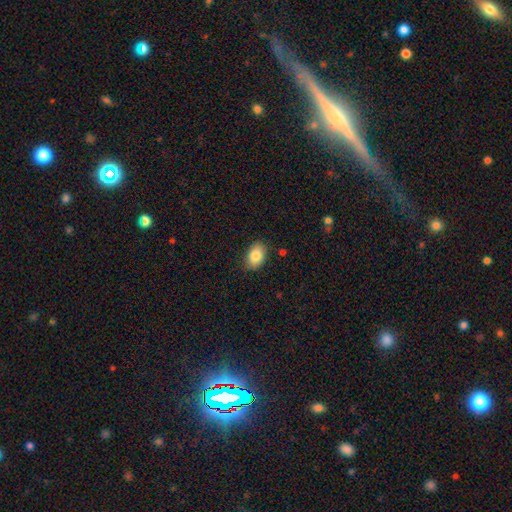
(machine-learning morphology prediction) Overall: smooth (85%). How rounded: in between (86%). Merging: none (86%).